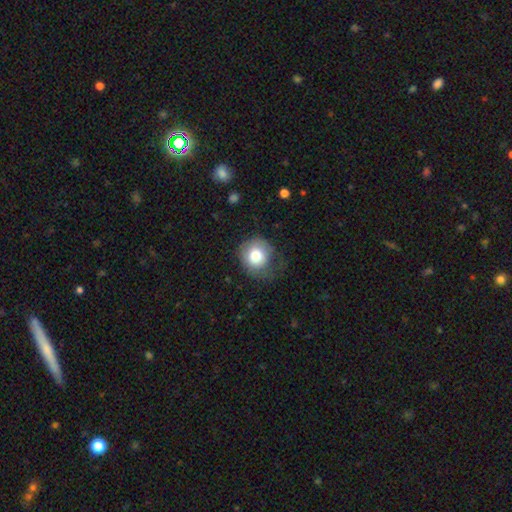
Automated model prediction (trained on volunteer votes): The model was most divided on "merging": none: 55%, minor disturbance: 27%, major disturbance: 17%, merger: 1%. More confident: how rounded — round (87%); smooth or featured — smooth (75%).